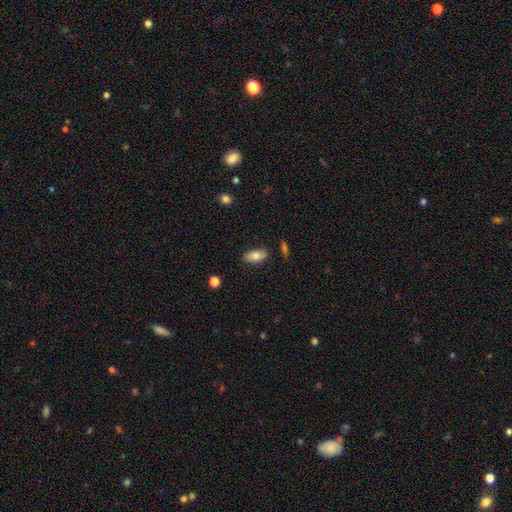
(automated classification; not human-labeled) smooth 75%, featured or disk 18%, star or artifact 7%. Down the decision tree: how rounded — in between (91%); merging — none (82%).